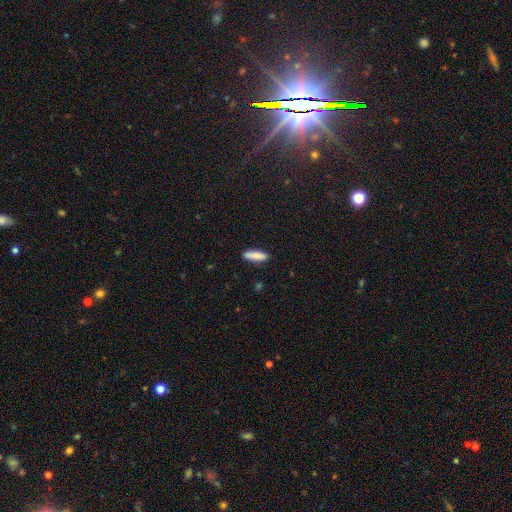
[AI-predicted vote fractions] A smooth galaxy with no disk features (87%) that is cigar-shaped (63%). Merging: none (88%).